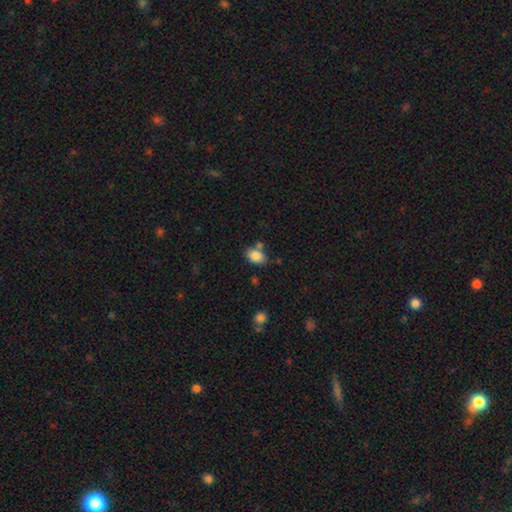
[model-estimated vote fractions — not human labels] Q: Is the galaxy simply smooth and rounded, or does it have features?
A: smooth — 85%.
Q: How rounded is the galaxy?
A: in between — 83%.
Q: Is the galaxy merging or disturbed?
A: none — 63%.